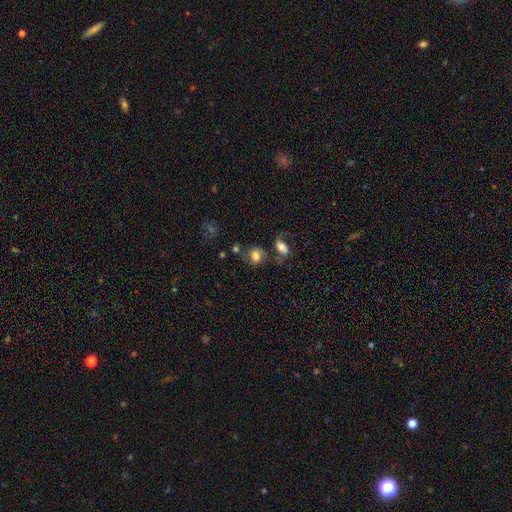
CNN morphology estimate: smooth-or-featured: smooth: 63% | featured or disk: 27% | star or artifact: 10%
  how-rounded: in between: 57% | round: 42% | cigar-shaped: 2%
  merging: none: 47% | merger: 26% | minor disturbance: 17% | major disturbance: 11%